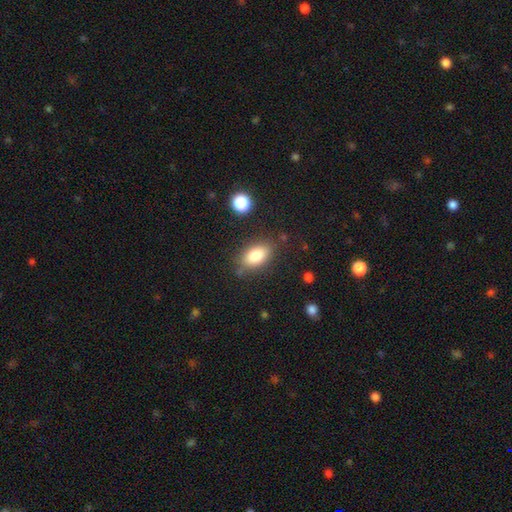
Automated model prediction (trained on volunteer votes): This is clearly a smooth galaxy (81%). How rounded: clearly in between (89%). Merging: likely none (79%).